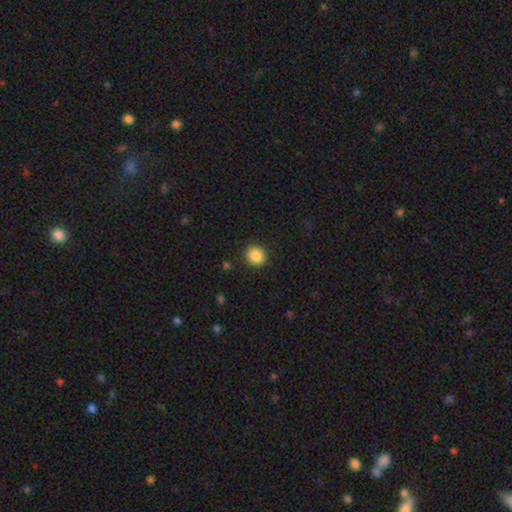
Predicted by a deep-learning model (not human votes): This is clearly a smooth galaxy (87%). How rounded: clearly round (84%). Merging: clearly none (90%).